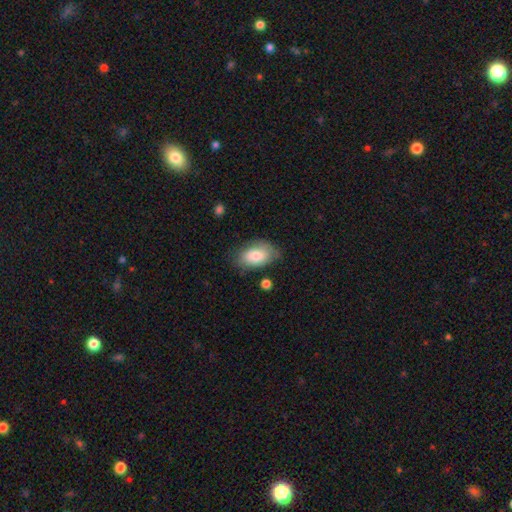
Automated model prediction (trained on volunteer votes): Smooth or featured? Predicted: smooth (p=0.80). How rounded? Predicted: in between (p=0.93). Merging? Predicted: none (p=0.69).